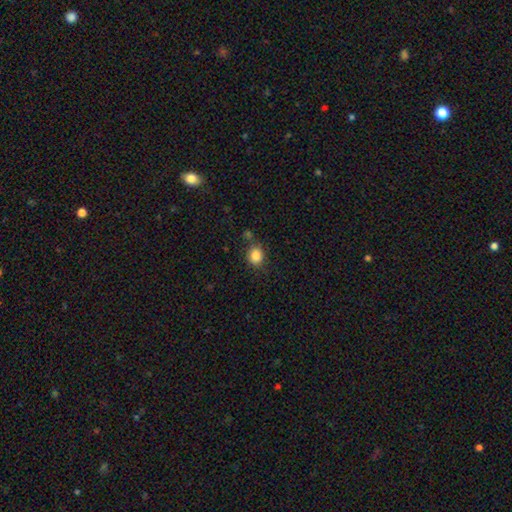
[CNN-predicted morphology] Smooth or featured?
  - smooth: 84% *
  - star or artifact: 11%
  - featured or disk: 5%
How rounded?
  - round: 73% *
  - in between: 26%
  - cigar-shaped: 1%
Merging?
  - none: 75% *
  - minor disturbance: 14%
  - merger: 8%
  - major disturbance: 4%